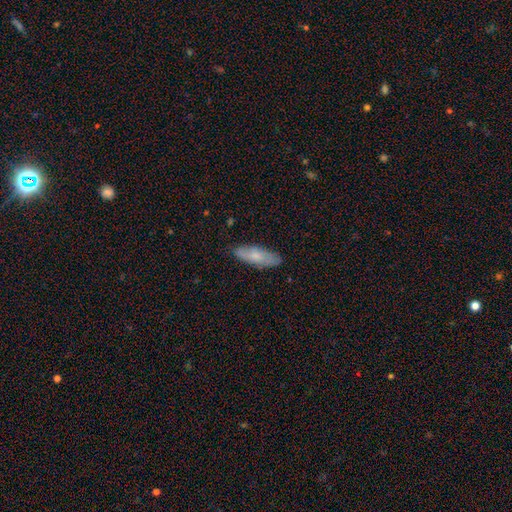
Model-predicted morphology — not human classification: This appears to be a smooth galaxy with no disk features (69%) that is in between round and cigar-shaped (59%). Merging: none (84%).